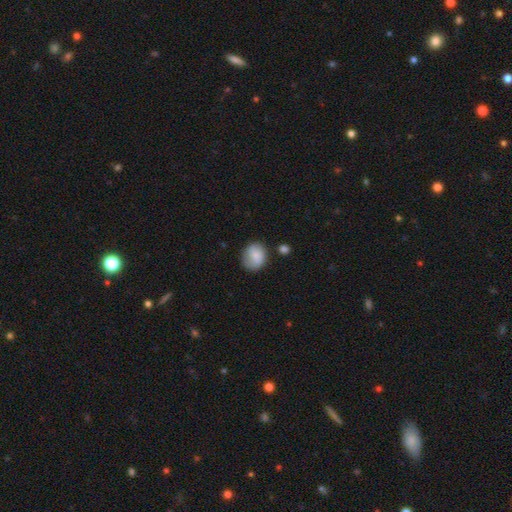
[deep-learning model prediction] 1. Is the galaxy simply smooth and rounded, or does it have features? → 79% smooth, 13% featured or disk, 8% star or artifact.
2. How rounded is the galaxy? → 65% round, 34% in between, 1% cigar-shaped.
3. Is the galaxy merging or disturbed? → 68% none, 22% minor disturbance, 6% major disturbance, 4% merger.